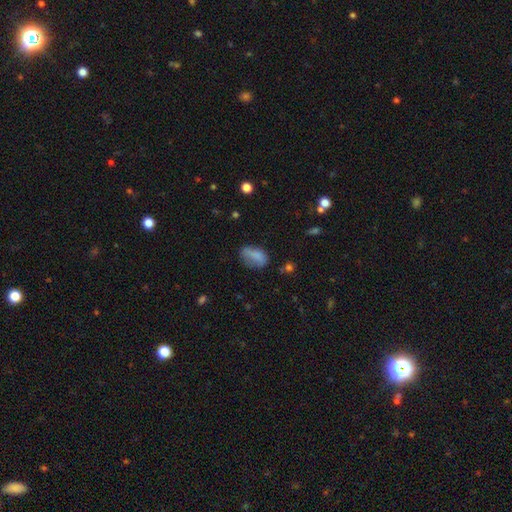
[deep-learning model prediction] Overall: smooth (76%). How rounded: in between (88%). Merging: none (51%; minor disturbance 29%).